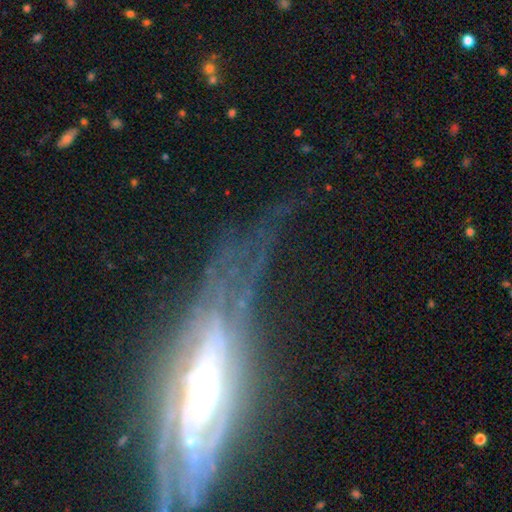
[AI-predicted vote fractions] Q: Smooth or featured?
A: featured or disk (70%); runner-up: smooth (15%)
Q: Edge-on disk?
A: no (56%); runner-up: yes (44%)
Q: Merging?
A: none (46%); runner-up: major disturbance (30%)